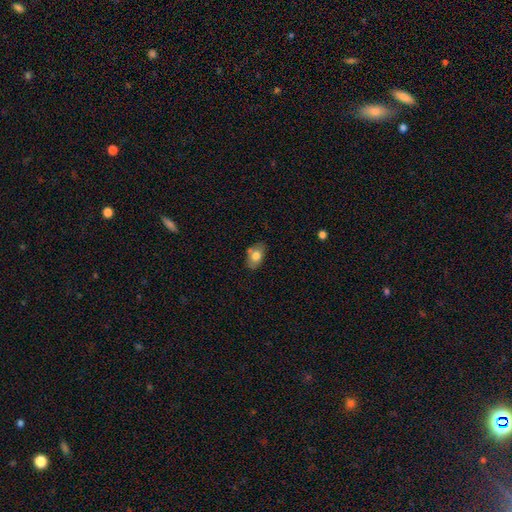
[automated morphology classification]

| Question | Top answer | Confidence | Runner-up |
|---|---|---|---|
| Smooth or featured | smooth | 76% | featured or disk (17%) |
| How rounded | in between | 86% | round (12%) |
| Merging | none | 67% | minor disturbance (20%) |